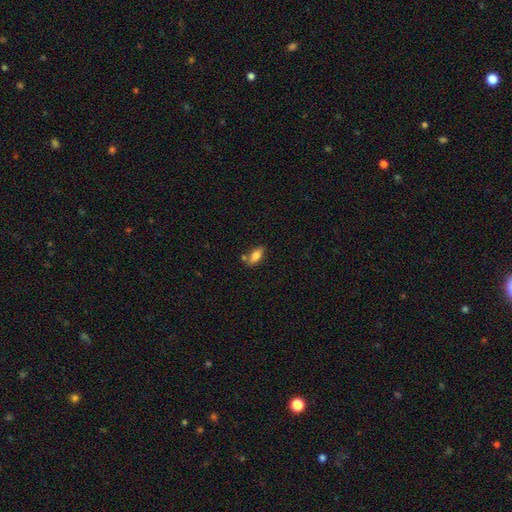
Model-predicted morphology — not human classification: Overall: smooth (76%). How rounded: in between (80%). Merging: none (69%).